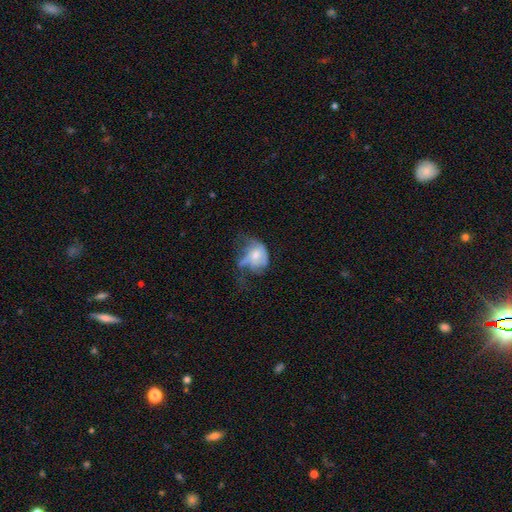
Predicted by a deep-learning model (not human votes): Smooth or featured? featured or disk (46%, tied with smooth)
Merging? major disturbance (51%)